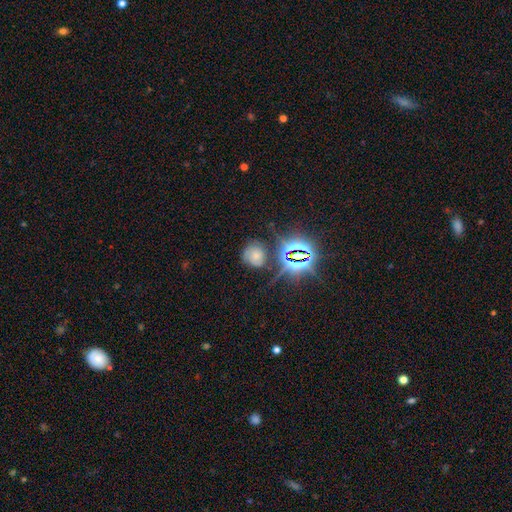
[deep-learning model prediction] smooth_or_featured: smooth (p=0.42) [alt: star or artifact p=0.31]
merging: none (p=0.65) [alt: minor disturbance p=0.21]